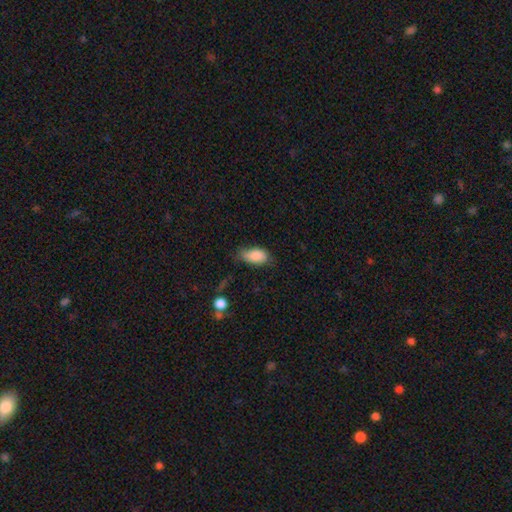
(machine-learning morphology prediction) smooth-or-featured: smooth: 85% | star or artifact: 8% | featured or disk: 7%
  how-rounded: in between: 91% | round: 5% | cigar-shaped: 4%
  merging: none: 55% | minor disturbance: 34% | major disturbance: 9% | merger: 3%